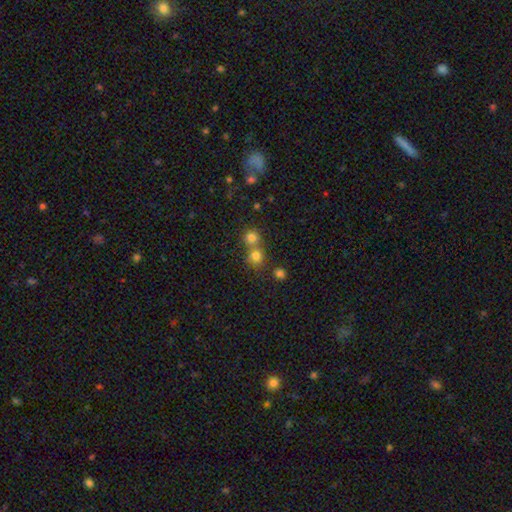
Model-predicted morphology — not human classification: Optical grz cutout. It shows a smooth galaxy with no disk features (77%) that is round (87%). Merging: none (51%).